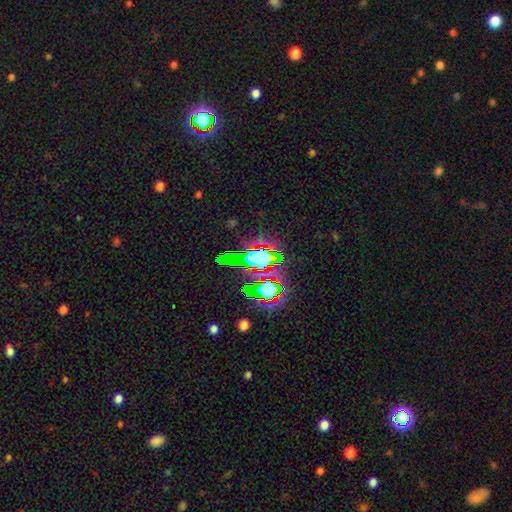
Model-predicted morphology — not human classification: star or artifact 59%, smooth 22%, featured or disk 19%.